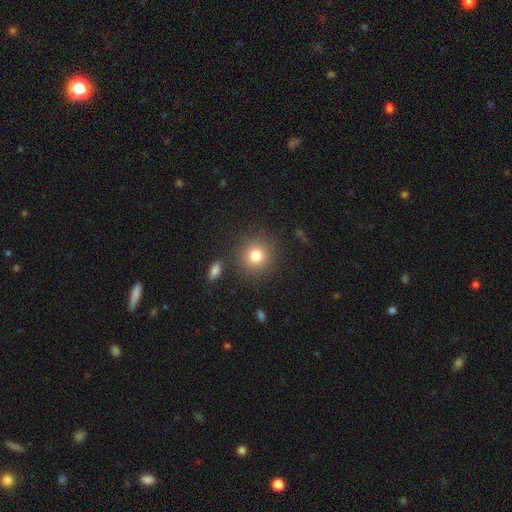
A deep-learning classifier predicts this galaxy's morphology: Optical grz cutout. It shows a smooth galaxy with no disk features (79%) that is round (90%). Merging: none (87%).